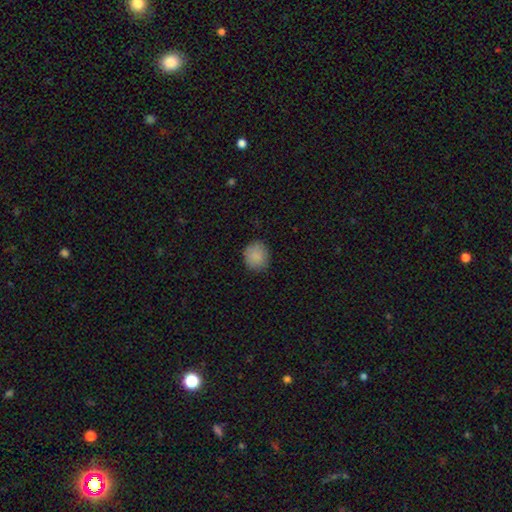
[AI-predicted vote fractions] smooth-or-featured: smooth: 88% | star or artifact: 8% | featured or disk: 4%
  how-rounded: round: 80% | in between: 19% | cigar-shaped: 1%
  merging: none: 85% | minor disturbance: 11% | major disturbance: 3% | merger: 1%